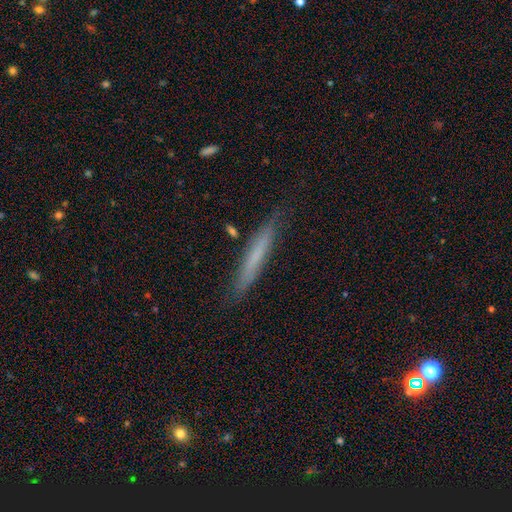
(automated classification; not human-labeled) Smooth or featured? smooth (59%)
How rounded? cigar-shaped (95%)
Merging? none (84%)